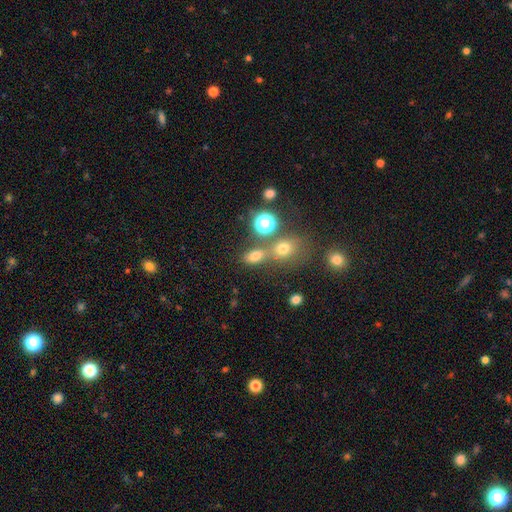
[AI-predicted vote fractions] Q: Smooth or featured?
A: smooth (68%); runner-up: star or artifact (22%)
Q: How rounded?
A: in between (66%); runner-up: round (30%)
Q: Merging?
A: none (55%); runner-up: merger (28%)